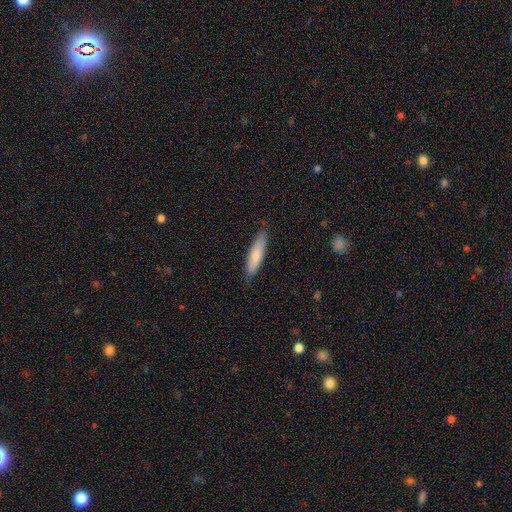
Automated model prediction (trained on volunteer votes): Smooth or featured? smooth (73%)
How rounded? cigar-shaped (77%)
Merging? none (83%)